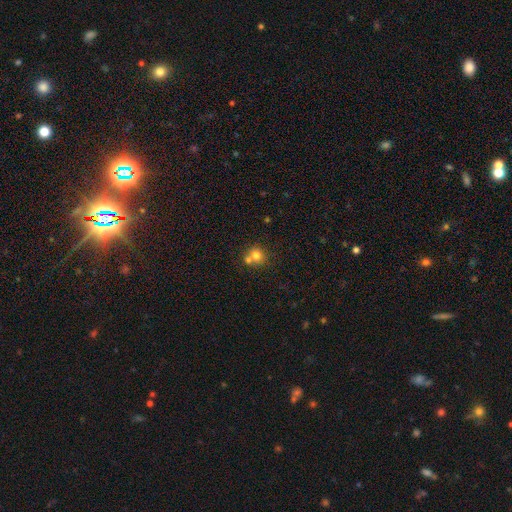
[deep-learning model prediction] smooth_or_featured: smooth (p=0.75) [alt: star or artifact p=0.13]
how_rounded: round (p=0.86) [alt: in between p=0.13]
merging: none (p=0.50) [alt: merger p=0.40]